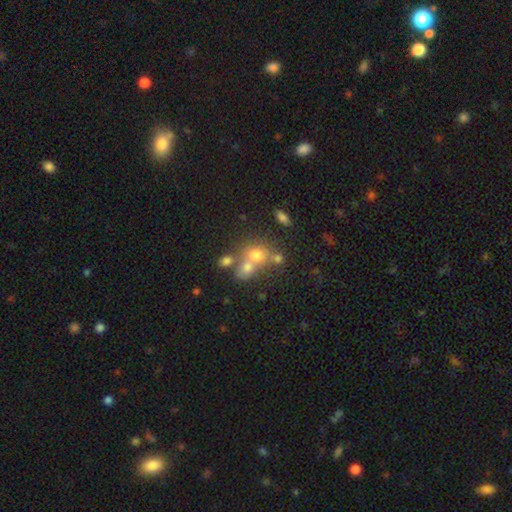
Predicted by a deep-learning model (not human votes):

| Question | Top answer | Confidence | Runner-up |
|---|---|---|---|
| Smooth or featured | smooth | 64% | featured or disk (19%) |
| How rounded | round | 66% | in between (32%) |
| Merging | merger | 48% | none (37%) |